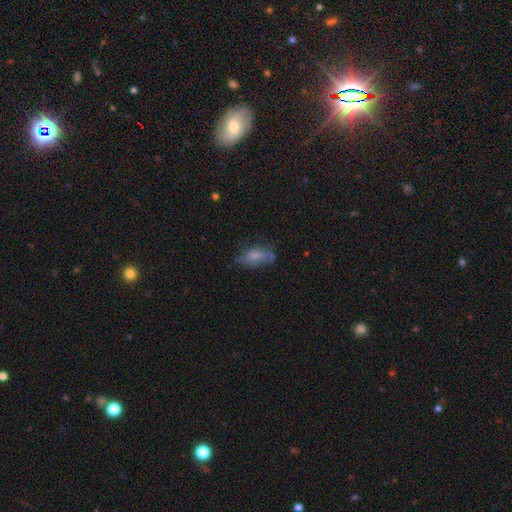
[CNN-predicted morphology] Q: Smooth or featured?
A: smooth (61%); runner-up: featured or disk (30%)
Q: How rounded?
A: in between (83%); runner-up: cigar-shaped (13%)
Q: Merging?
A: none (52%); runner-up: minor disturbance (29%)